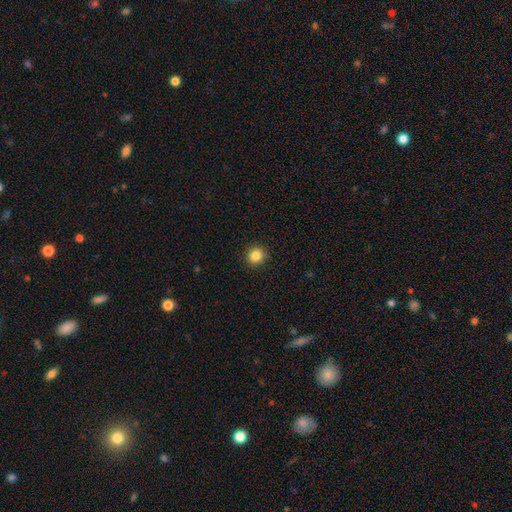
Q: Smooth or featured?
A: smooth (85%); runner-up: featured or disk (13%)
Q: How rounded?
A: round (100%)
Q: Merging?
A: none (97%); runner-up: minor disturbance (3%)